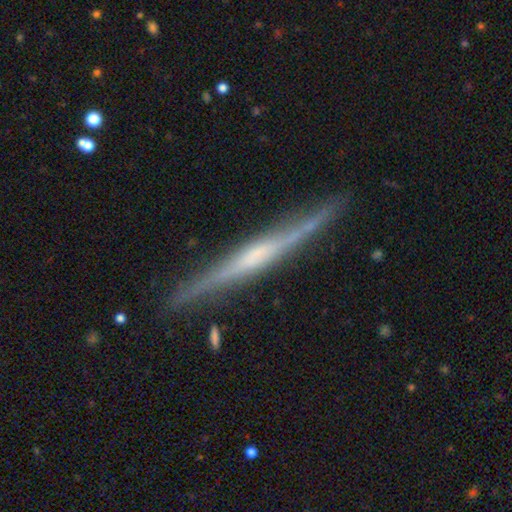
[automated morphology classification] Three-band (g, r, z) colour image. It shows a featured or disk galaxy (77%) viewed edge-on (97%) with no central bulge (41%). Merging: none (86%).